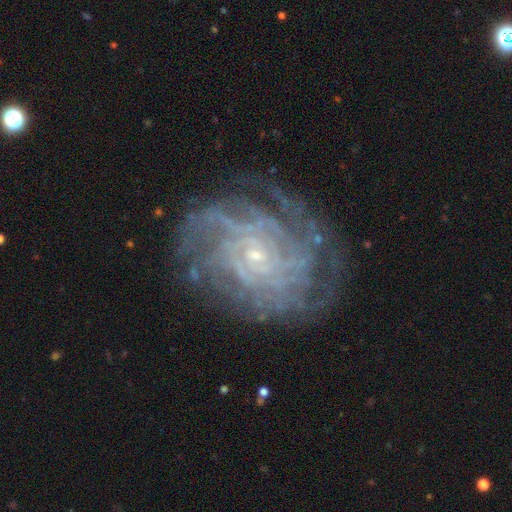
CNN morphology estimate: This is clearly a featured or disk galaxy (85%). It is clearly not viewed edge-on (97%). Bar: likely no (75%). Spiral arm pattern: clearly yes (94%). Spiral arm count: marginally can't tell (33%). Spiral winding: likely tight (71%). Central bulge: clearly small (86%). Merging: likely none (75%).